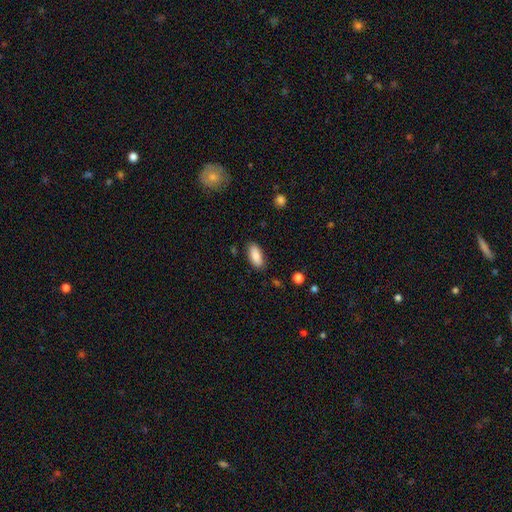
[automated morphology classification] This appears to be a smooth galaxy with no disk features (85%) that is in between round and cigar-shaped (87%). Merging: none (84%).